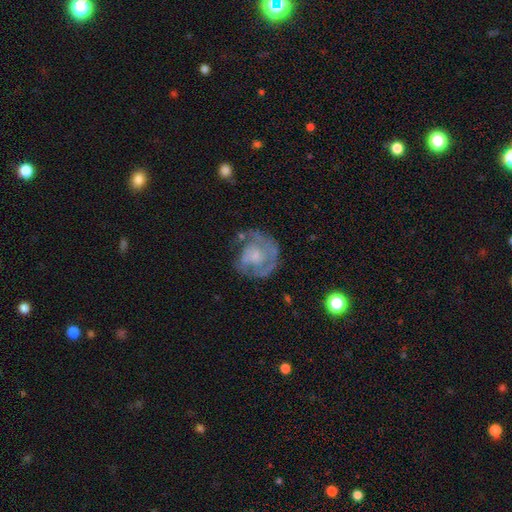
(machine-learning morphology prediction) type=featured or disk (72%); edge-on=no (98%); bar=no (75%); spiral arms=yes (80%); winding=tight (53%); arm count=can't tell (31%, tied with 2); bulge=small (45%); merging=none (58%).